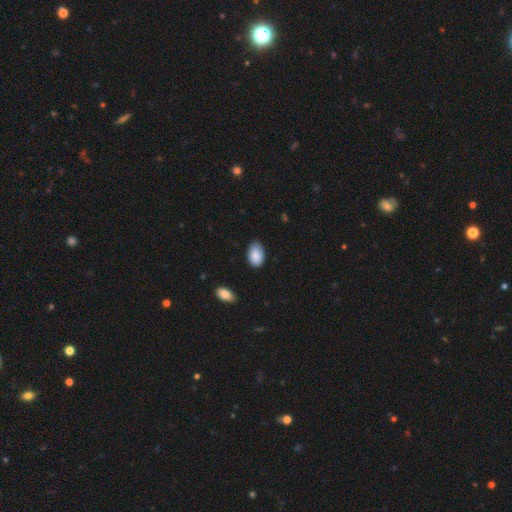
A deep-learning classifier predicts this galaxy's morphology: Q: Smooth or featured?
A: smooth (88%); runner-up: star or artifact (7%)
Q: How rounded?
A: in between (93%); runner-up: round (5%)
Q: Merging?
A: none (76%); runner-up: minor disturbance (20%)